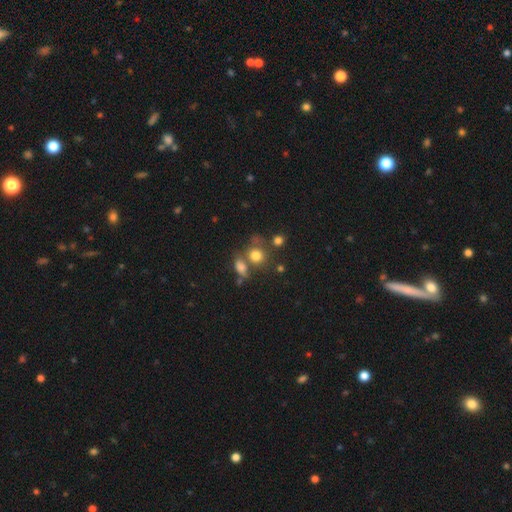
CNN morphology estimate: Q: Smooth or featured?
A: smooth (75%); runner-up: star or artifact (14%)
Q: How rounded?
A: round (74%); runner-up: in between (25%)
Q: Merging?
A: none (50%); runner-up: merger (30%)